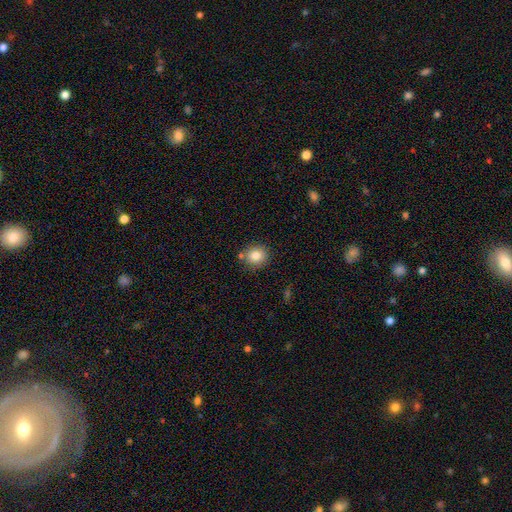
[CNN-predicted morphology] This appears to be a smooth galaxy with no disk features (82%) that is round (83%). Merging: none (80%).